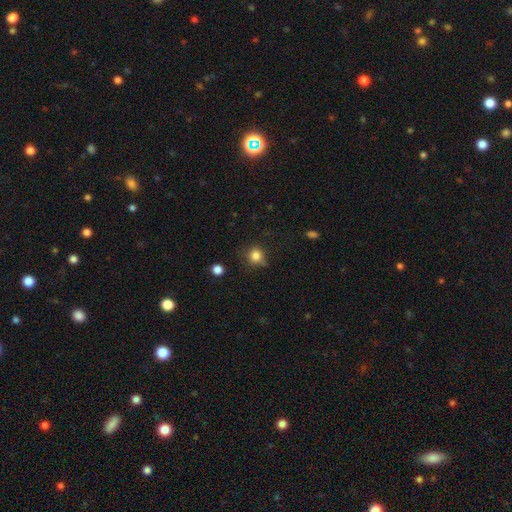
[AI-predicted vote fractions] Smooth or featured? smooth (83%)
How rounded? round (88%)
Merging? none (72%)